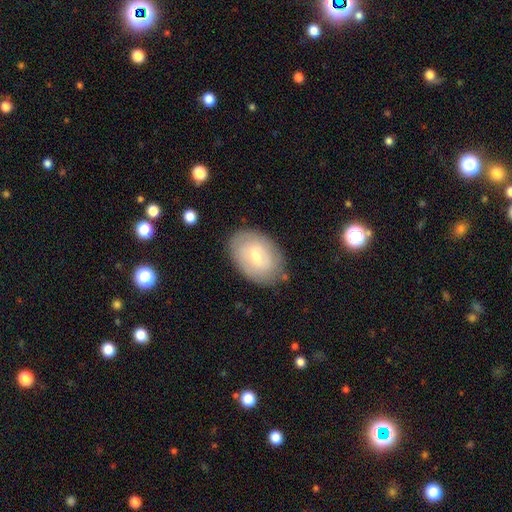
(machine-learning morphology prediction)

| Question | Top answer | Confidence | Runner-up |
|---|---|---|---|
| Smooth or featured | featured or disk | 50% | smooth (42%) |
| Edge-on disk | no | 94% | yes (6%) |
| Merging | none | 80% | minor disturbance (15%) |